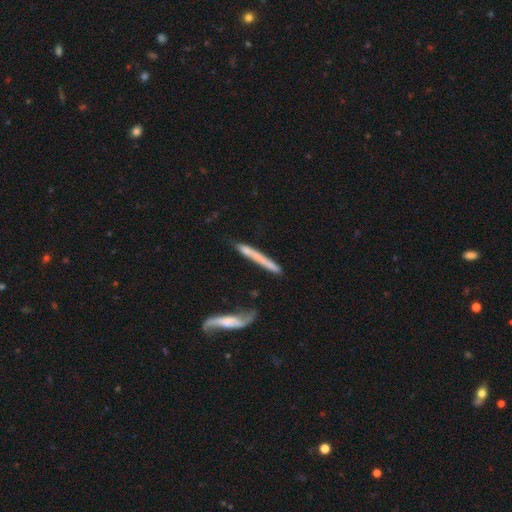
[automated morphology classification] type=smooth (47%); merging=none (62%).